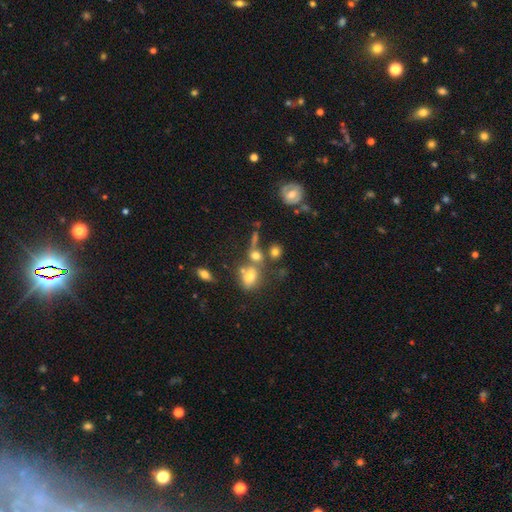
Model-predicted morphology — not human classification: A smooth galaxy with no disk features (64%) that is round (54%). Merging: merger (40%, tied with none).